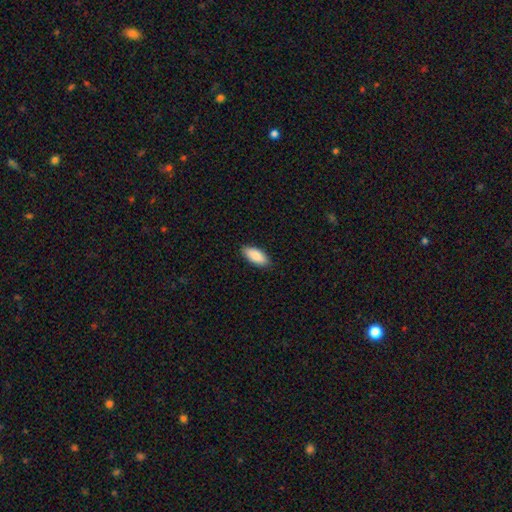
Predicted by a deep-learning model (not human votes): A smooth galaxy with no disk features (87%) that is in between round and cigar-shaped (90%).

Vote fractions:
- Smooth or featured? smooth: 87% / featured or disk: 7% / star or artifact: 6%
- How rounded? in between: 90% / cigar-shaped: 8% / round: 2%
- Merging? none: 87% / minor disturbance: 10% / major disturbance: 2% / merger: 1%